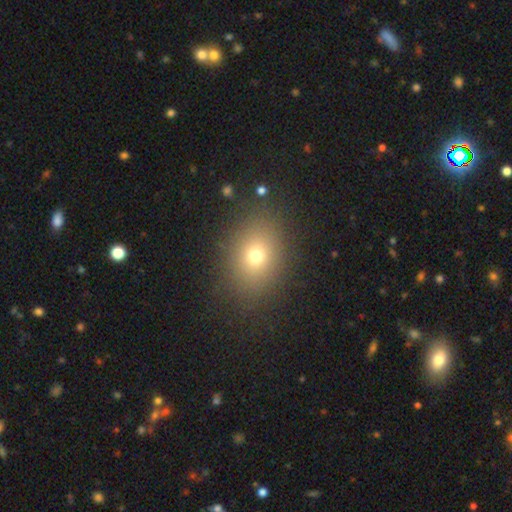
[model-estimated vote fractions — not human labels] This appears to be a smooth galaxy with no disk features (70%) that is in between round and cigar-shaped (56%). Merging: none (86%).